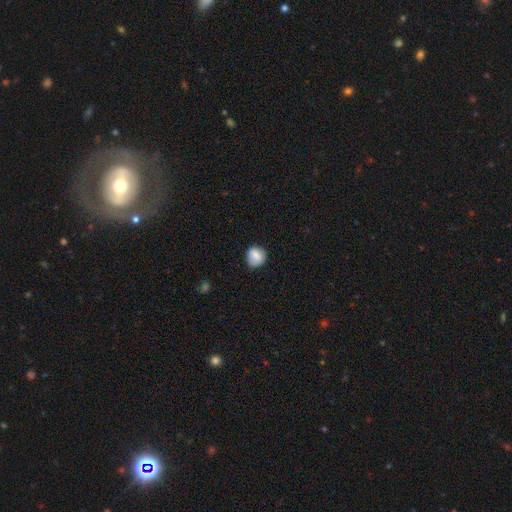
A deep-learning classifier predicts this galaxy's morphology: Smooth or featured? smooth (82%)
How rounded? round (80%)
Merging? none (79%)